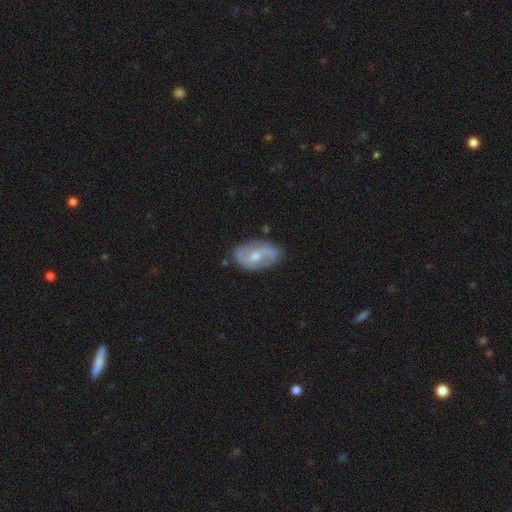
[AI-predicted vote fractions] Smooth or featured: featured or disk — 75% (smooth — 19%)
Edge-on disk: no — 95% (yes — 5%)
Bar: weak — 44% (no — 35%)
Spiral arms: yes — 82% (no — 18%)
Spiral winding: medium — 41% (loose — 37%)
Spiral arm count: 2 — 85% (can't tell — 9%)
Bulge size: moderate — 60% (small — 36%)
Merging: none — 78% (minor disturbance — 16%)